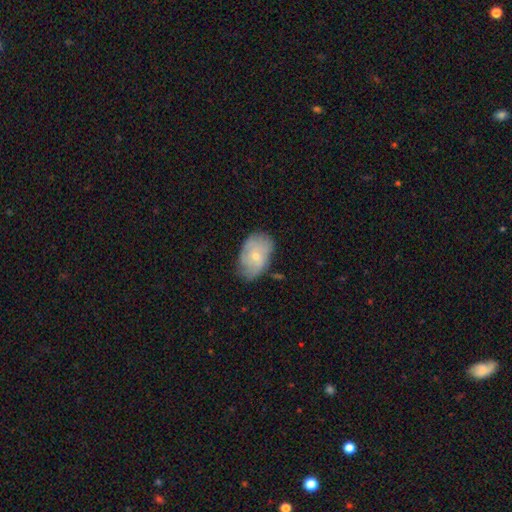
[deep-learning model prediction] Overall: smooth (57%; featured or disk 36%). How rounded: in between (86%). Merging: none (60%; minor disturbance 30%).